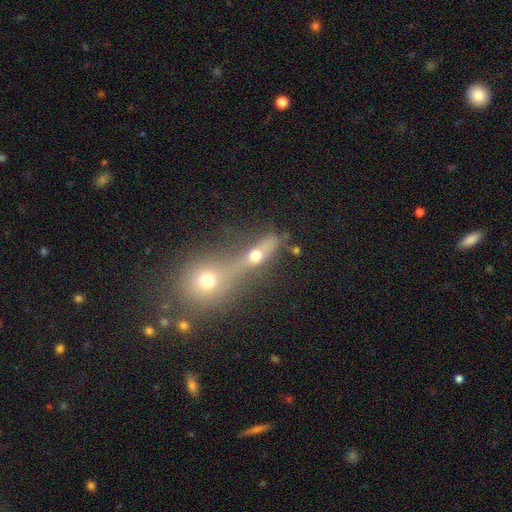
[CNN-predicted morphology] This appears to be a smooth galaxy with no disk features (57%) that is in between round and cigar-shaped (41%). Merging: merger (57%).